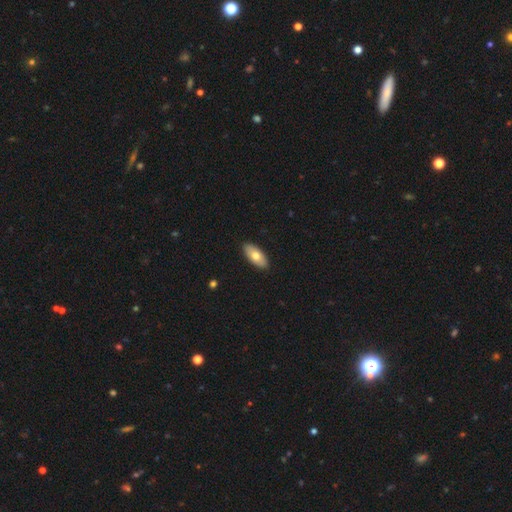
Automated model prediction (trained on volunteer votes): Smooth or featured? smooth (72%)
How rounded? in between (90%)
Merging? none (90%)